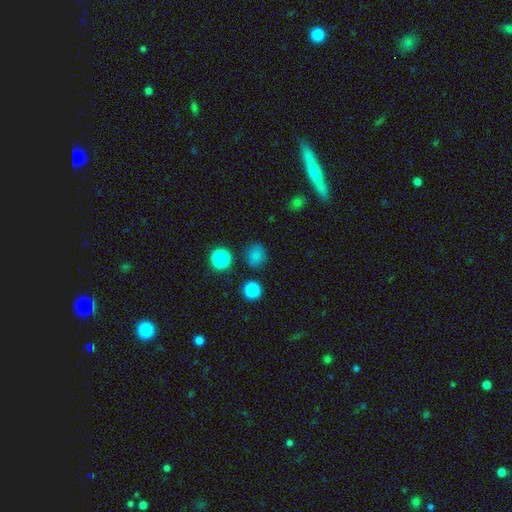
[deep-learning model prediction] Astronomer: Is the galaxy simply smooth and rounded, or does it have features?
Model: smooth — 76%.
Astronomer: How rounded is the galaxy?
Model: round — 78%.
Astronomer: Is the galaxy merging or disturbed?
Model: none — 81%.